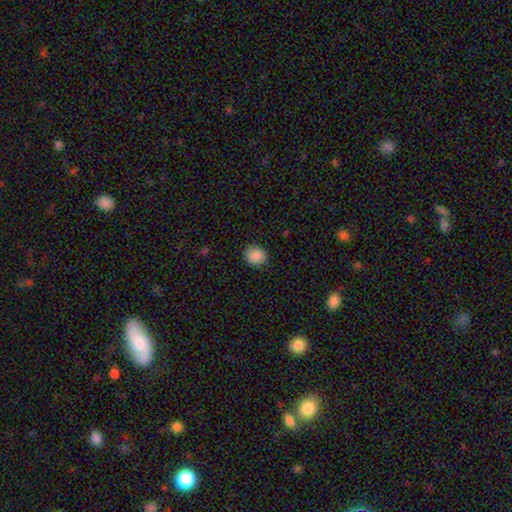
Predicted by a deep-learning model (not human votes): Morphology: type=smooth (88%); roundness=round (84%); merging=none (88%).